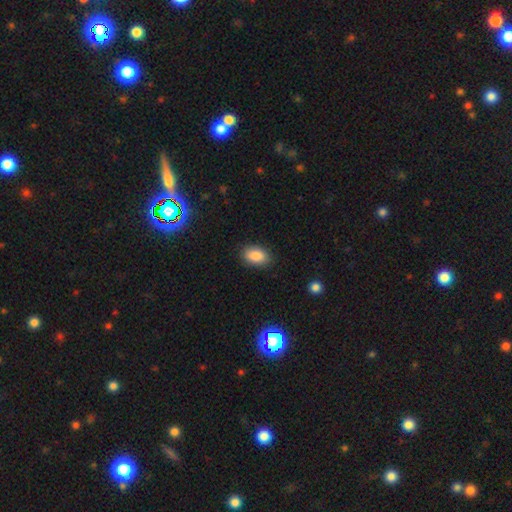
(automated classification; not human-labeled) Q: Smooth or featured?
A: smooth (87%); runner-up: star or artifact (8%)
Q: How rounded?
A: in between (90%); runner-up: round (8%)
Q: Merging?
A: none (86%); runner-up: minor disturbance (10%)